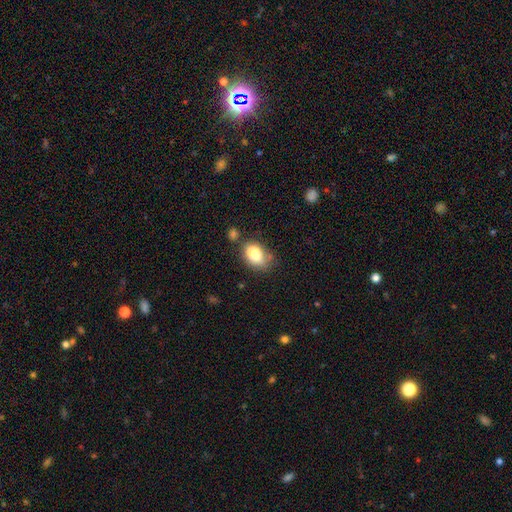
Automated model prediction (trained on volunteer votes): A smooth galaxy with no disk features (72%) that is in between round and cigar-shaped (78%).

Vote fractions:
- Smooth or featured? smooth: 72% / featured or disk: 16% / star or artifact: 12%
- How rounded? in between: 78% / round: 20% / cigar-shaped: 2%
- Merging? none: 42% / merger: 25% / minor disturbance: 22% / major disturbance: 11%